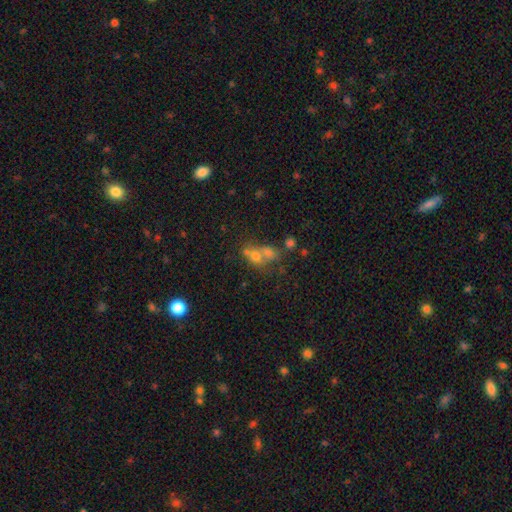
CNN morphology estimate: Q: Smooth or featured?
A: smooth (57%); runner-up: featured or disk (22%)
Q: How rounded?
A: round (64%); runner-up: in between (34%)
Q: Merging?
A: merger (58%); runner-up: none (29%)